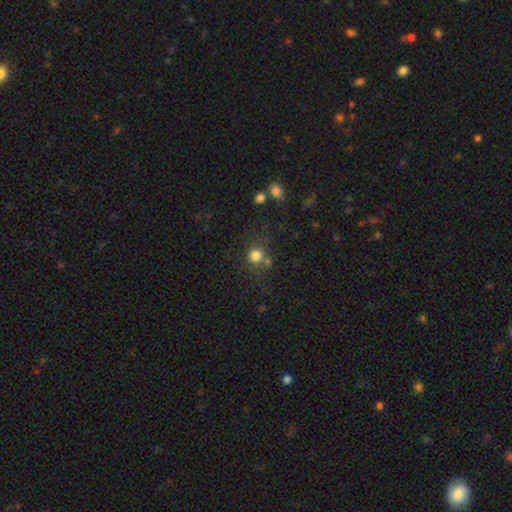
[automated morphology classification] The model was most divided on "merging": none: 68%, merger: 15%, minor disturbance: 11%, major disturbance: 6%. More confident: how rounded — round (89%); smooth or featured — smooth (78%).